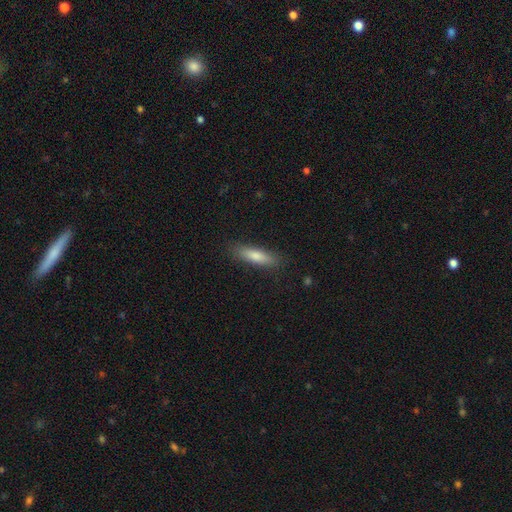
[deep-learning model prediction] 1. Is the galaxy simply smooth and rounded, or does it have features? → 75% smooth, 18% featured or disk, 6% star or artifact.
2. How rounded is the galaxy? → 74% cigar-shaped, 24% in between, 2% round.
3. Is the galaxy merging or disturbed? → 87% none, 10% minor disturbance, 2% major disturbance, 1% merger.